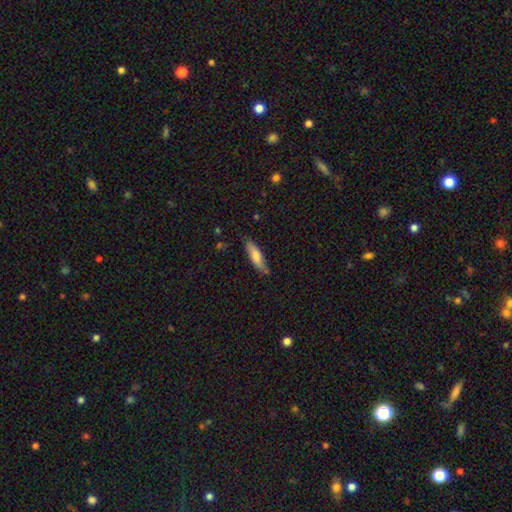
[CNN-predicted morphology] Q: Smooth or featured?
A: smooth (69%); runner-up: featured or disk (25%)
Q: How rounded?
A: cigar-shaped (67%); runner-up: in between (32%)
Q: Merging?
A: none (76%); runner-up: minor disturbance (19%)